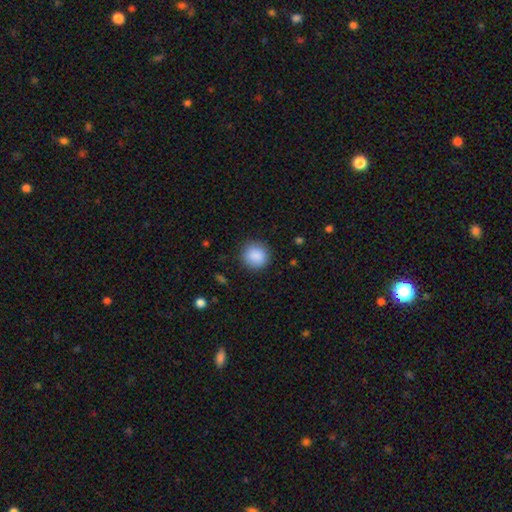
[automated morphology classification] Smooth or featured: smooth — 89% (star or artifact — 8%)
How rounded: round — 92% (in between — 7%)
Merging: none — 89% (minor disturbance — 7%)